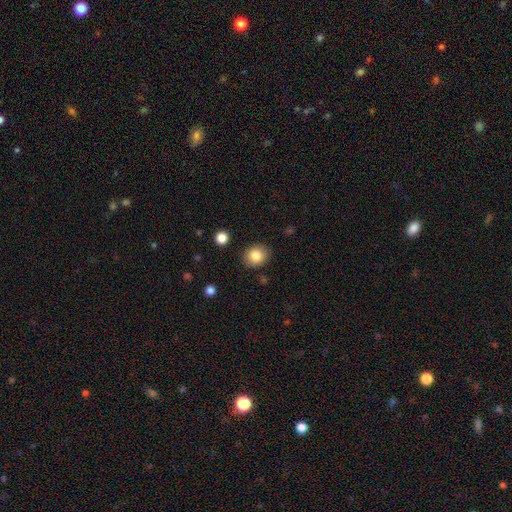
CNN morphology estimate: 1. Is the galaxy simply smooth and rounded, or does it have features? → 85% smooth, 9% star or artifact, 6% featured or disk.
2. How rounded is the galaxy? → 65% round, 34% in between, 1% cigar-shaped.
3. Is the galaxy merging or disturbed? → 86% none, 9% minor disturbance, 3% major disturbance, 2% merger.